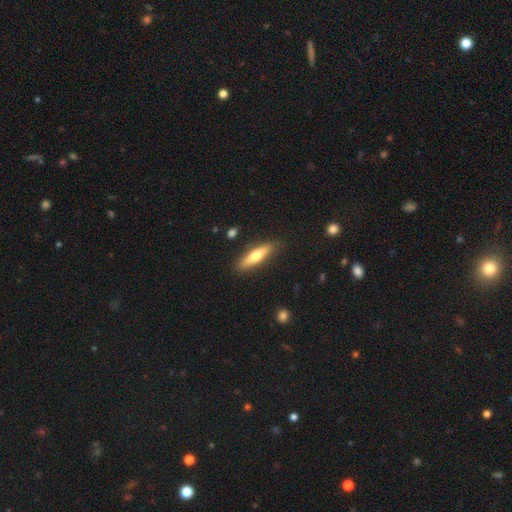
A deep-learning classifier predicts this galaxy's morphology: smooth-or-featured: smooth: 55% | featured or disk: 39% | star or artifact: 6%
  how-rounded: cigar-shaped: 73% | in between: 25% | round: 2%
  merging: none: 87% | minor disturbance: 9% | major disturbance: 2% | merger: 2%